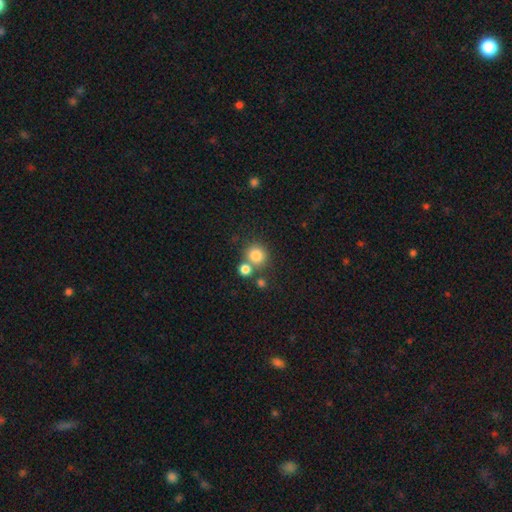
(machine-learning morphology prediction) A smooth galaxy with no disk features (82%) that is round (87%). Merging: none (62%).